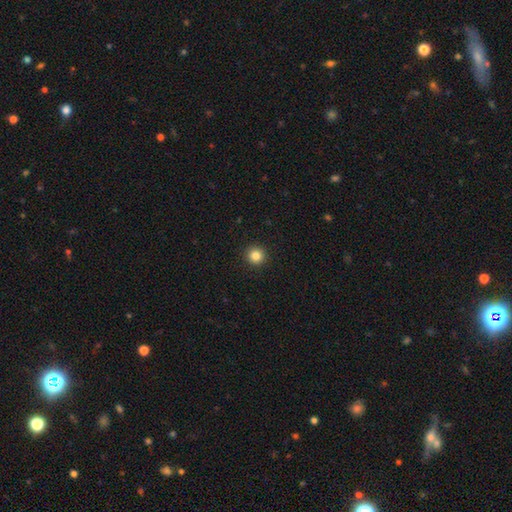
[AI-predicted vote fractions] Q: Smooth or featured?
A: smooth (84%); runner-up: star or artifact (11%)
Q: How rounded?
A: round (96%); runner-up: in between (3%)
Q: Merging?
A: none (94%); runner-up: minor disturbance (4%)